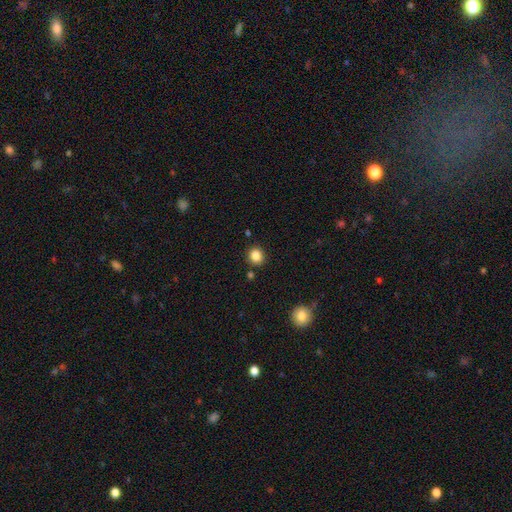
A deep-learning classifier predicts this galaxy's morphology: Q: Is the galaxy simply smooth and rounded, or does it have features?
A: smooth — 85%.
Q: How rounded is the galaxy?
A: round — 79%.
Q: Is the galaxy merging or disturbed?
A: none — 87%.